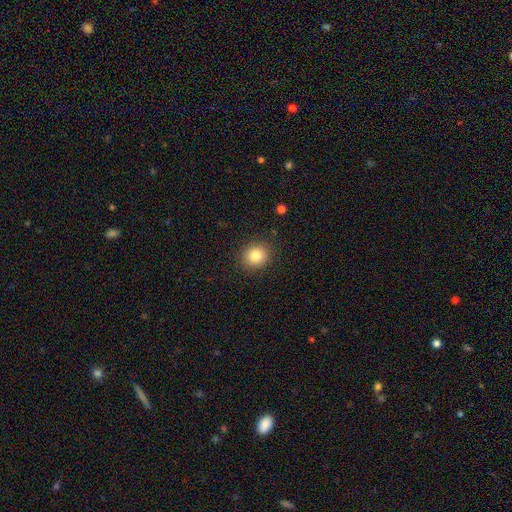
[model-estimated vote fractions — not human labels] Smooth or featured?
  - smooth: 84% *
  - star or artifact: 10%
  - featured or disk: 6%
How rounded?
  - round: 80% *
  - in between: 19%
  - cigar-shaped: 1%
Merging?
  - none: 89% *
  - minor disturbance: 7%
  - major disturbance: 2%
  - merger: 1%